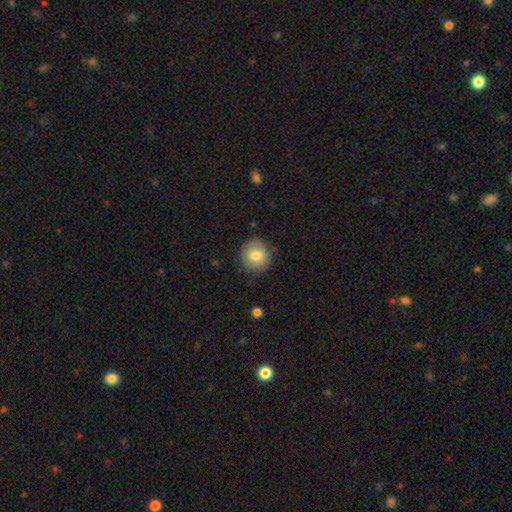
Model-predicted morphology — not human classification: smooth-or-featured: smooth: 79% | featured or disk: 13% | star or artifact: 8%
  how-rounded: round: 90% | in between: 9% | cigar-shaped: 1%
  merging: none: 84% | minor disturbance: 12% | major disturbance: 3% | merger: 1%